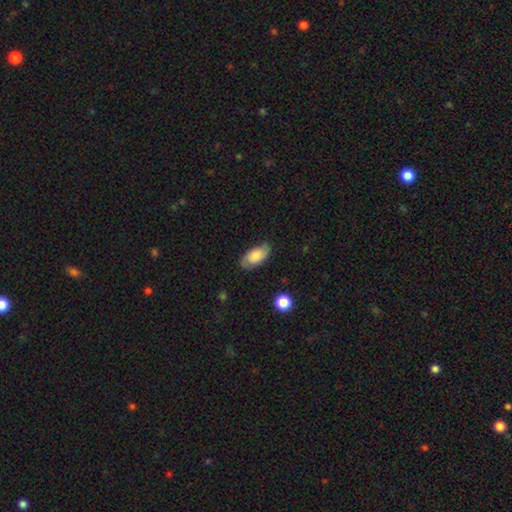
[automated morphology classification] The model was most divided on "smooth or featured": smooth: 70%, featured or disk: 23%, star or artifact: 7%. More confident: how rounded — in between (93%); merging — none (75%).